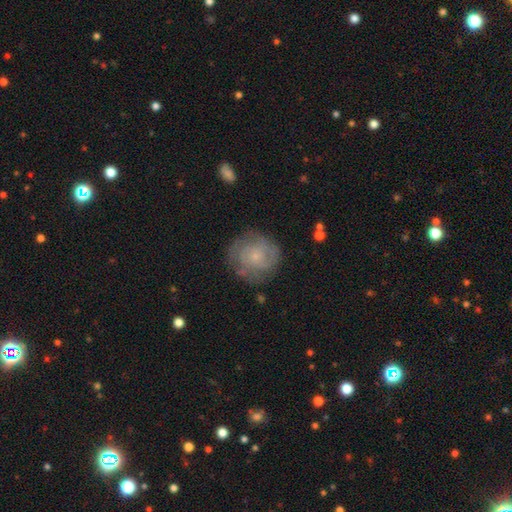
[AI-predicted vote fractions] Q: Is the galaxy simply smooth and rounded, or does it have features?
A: featured or disk — 54%.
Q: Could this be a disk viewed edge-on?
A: no — 97%.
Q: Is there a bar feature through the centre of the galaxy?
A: no — 81%.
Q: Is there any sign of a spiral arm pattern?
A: yes — 78%.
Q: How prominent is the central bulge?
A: small — 73%.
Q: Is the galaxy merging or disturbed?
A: none — 74%.